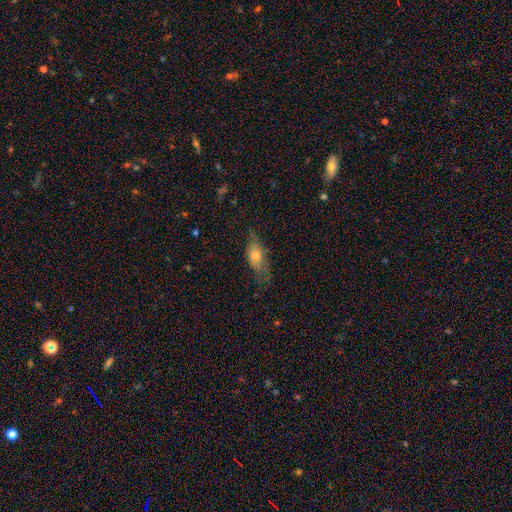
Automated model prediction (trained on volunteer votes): Overall: smooth (53%; featured or disk 38%). How rounded: in between (67%; cigar-shaped 29%). Merging: none (60%; minor disturbance 27%).